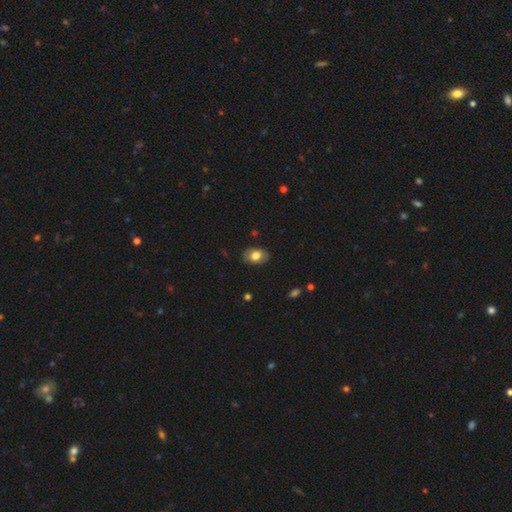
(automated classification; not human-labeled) Q: Smooth or featured?
A: smooth (74%); runner-up: featured or disk (19%)
Q: How rounded?
A: in between (83%); runner-up: round (16%)
Q: Merging?
A: none (83%); runner-up: minor disturbance (13%)